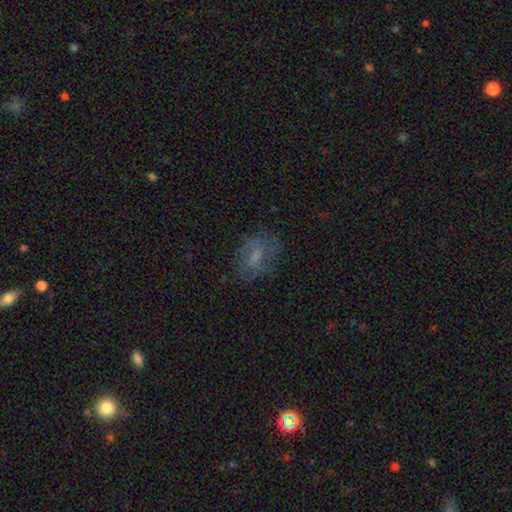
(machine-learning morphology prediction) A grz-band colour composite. It shows a smooth galaxy with no disk features (51%) that is in between round and cigar-shaped (70%). Merging: none (63%).